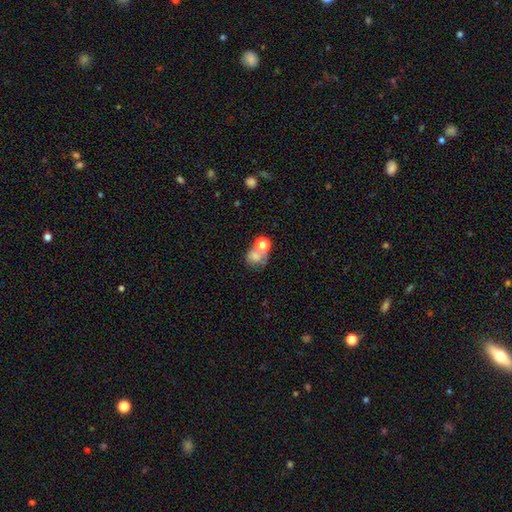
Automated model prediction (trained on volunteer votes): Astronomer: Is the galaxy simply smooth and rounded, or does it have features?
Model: smooth — 66%.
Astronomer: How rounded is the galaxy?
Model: round — 63%.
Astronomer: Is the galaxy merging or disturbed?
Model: merger — 46% (runner-up: none, 30%).